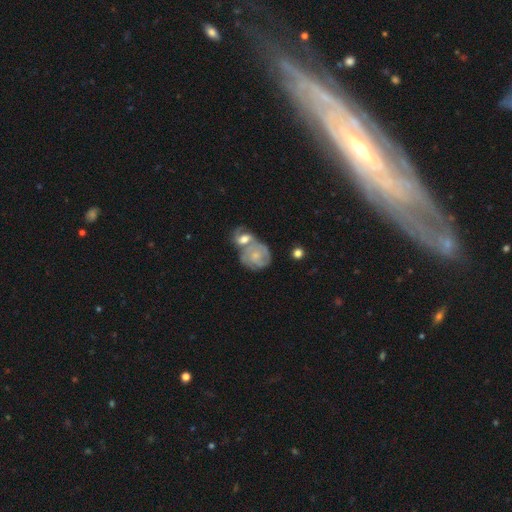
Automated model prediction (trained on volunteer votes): Smooth or featured? featured or disk (68%)
Edge-on disk? no (97%)
Bar? no (74%)
Spiral arms? yes (86%)
Spiral winding? tight (54%)
Spiral arm count? can't tell (32%)
Bulge size? small (51%)
Merging? merger (57%)